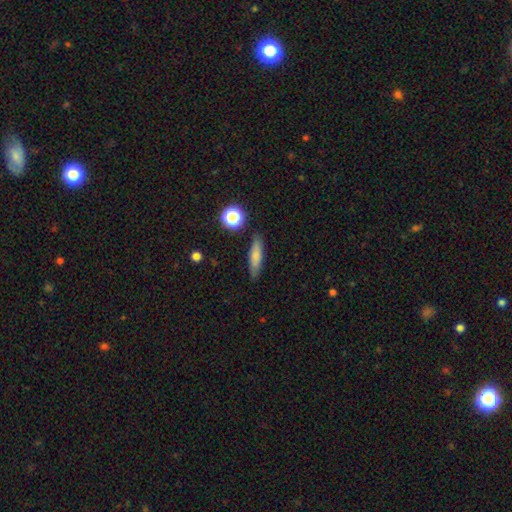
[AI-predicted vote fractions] Morphology: type=smooth (77%); roundness=cigar-shaped (69%); merging=none (86%).